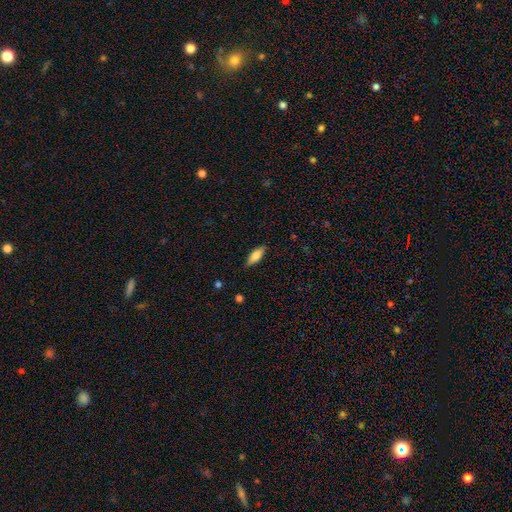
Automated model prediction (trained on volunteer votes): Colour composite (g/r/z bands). It shows a smooth galaxy with no disk features (74%) that is in between round and cigar-shaped (65%). Merging: none (84%).